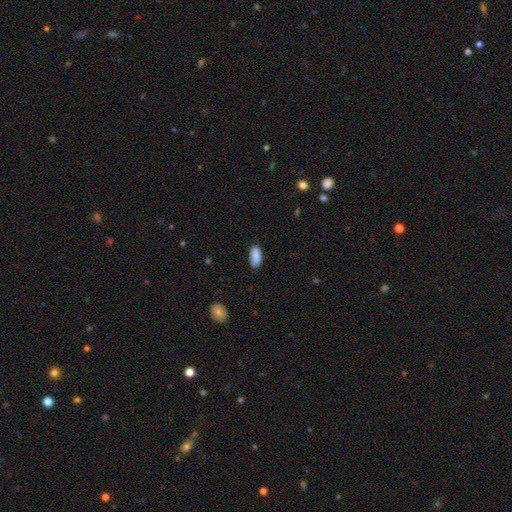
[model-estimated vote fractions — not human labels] This appears to be a smooth galaxy with no disk features (89%) that is in between round and cigar-shaped (88%). Merging: none (81%).